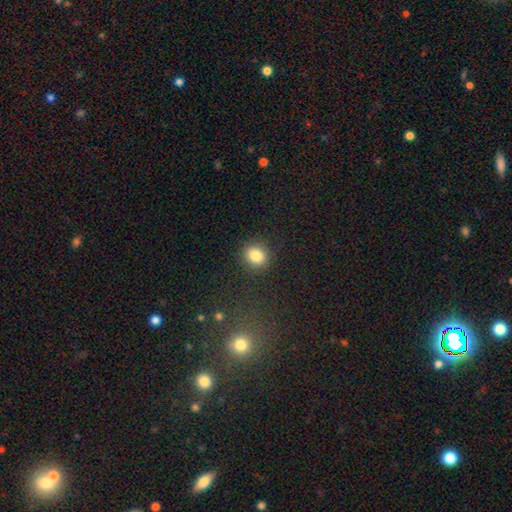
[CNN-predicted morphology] Q: Smooth or featured?
A: smooth (84%); runner-up: star or artifact (10%)
Q: How rounded?
A: round (75%); runner-up: in between (24%)
Q: Merging?
A: none (88%); runner-up: minor disturbance (8%)